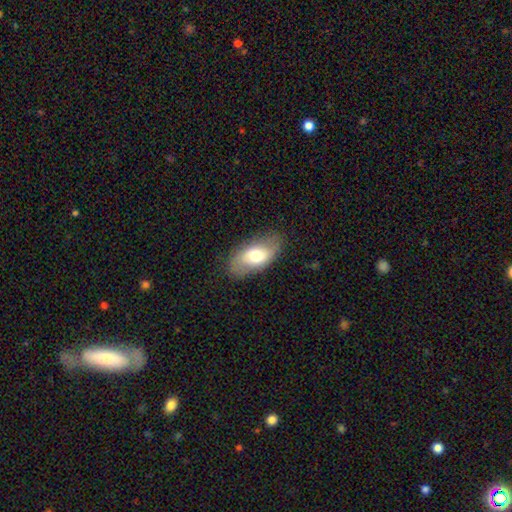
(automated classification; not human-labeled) Smooth or featured: smooth — 63% (featured or disk — 30%)
How rounded: in between — 92% (round — 5%)
Merging: none — 80% (minor disturbance — 15%)